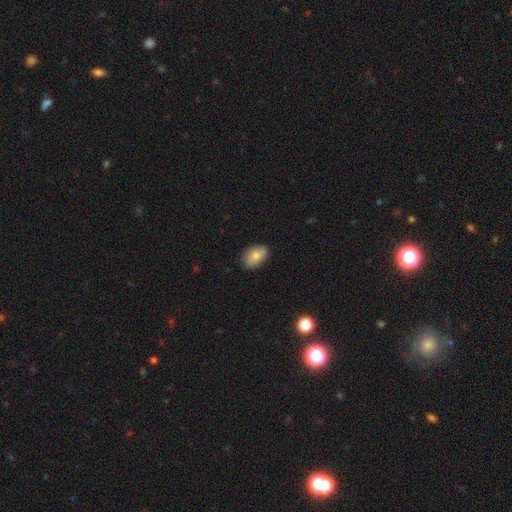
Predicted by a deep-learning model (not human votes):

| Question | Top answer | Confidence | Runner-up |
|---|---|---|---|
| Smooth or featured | smooth | 78% | featured or disk (14%) |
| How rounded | in between | 88% | round (10%) |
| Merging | none | 82% | minor disturbance (15%) |